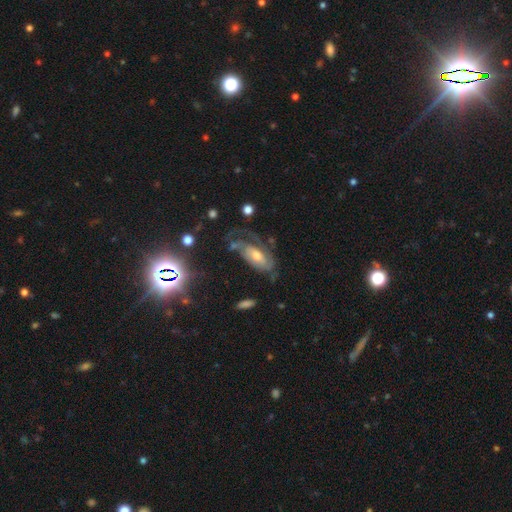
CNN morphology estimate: Overall: featured or disk (67%). Edge-on disk: no (90%). Bar: no (63%; weak 29%). Spiral arms: yes (84%). Spiral arm count: can't tell (38%; 2 32%). Spiral winding: tight (47%; medium 36%). Bulge size: moderate (58%; small 28%). Merging: none (45%; major disturbance 27%).